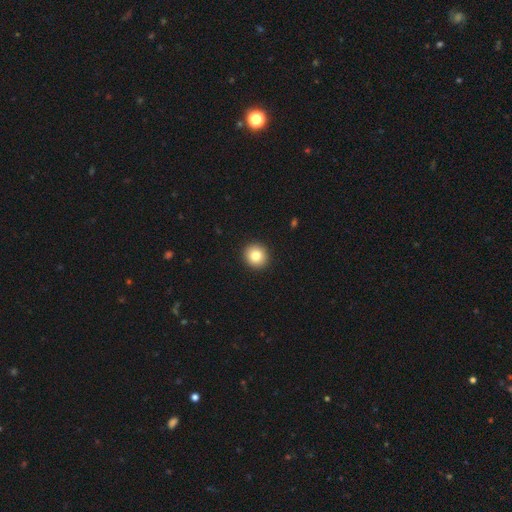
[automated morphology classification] A smooth galaxy with no disk features (83%) that is round (91%). Merging: none (93%).